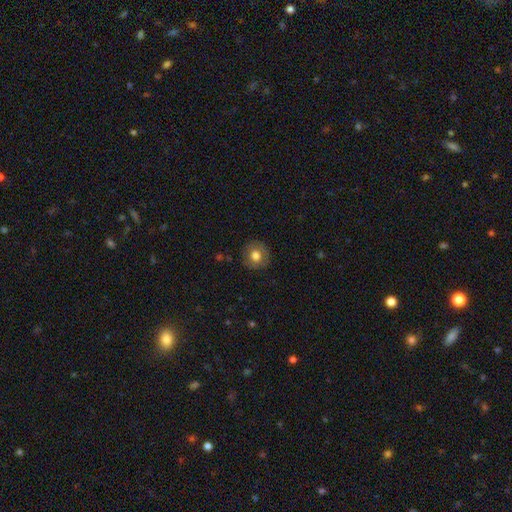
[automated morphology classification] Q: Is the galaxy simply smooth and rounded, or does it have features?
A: smooth — 72%.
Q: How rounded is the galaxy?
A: round — 90%.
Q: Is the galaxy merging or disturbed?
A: none — 86%.